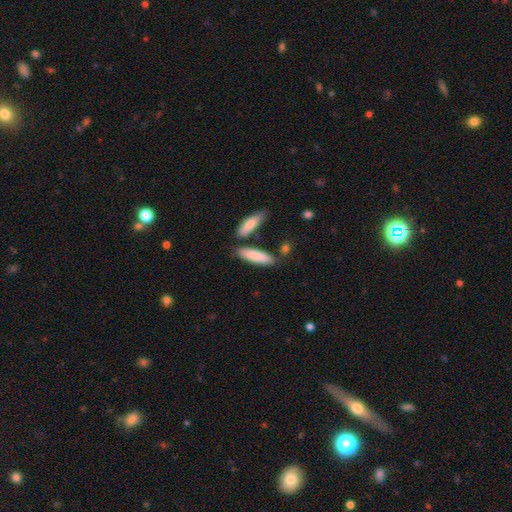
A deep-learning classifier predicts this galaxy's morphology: Q: Smooth or featured?
A: smooth (84%); runner-up: featured or disk (11%)
Q: How rounded?
A: cigar-shaped (57%); runner-up: in between (41%)
Q: Merging?
A: none (71%); runner-up: merger (13%)